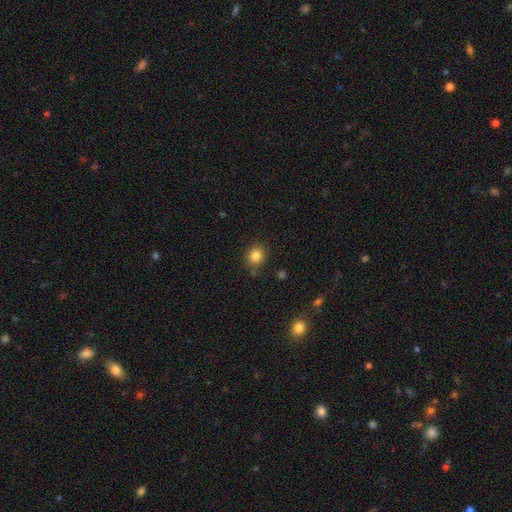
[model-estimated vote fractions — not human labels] Overall: smooth (84%). How rounded: round (78%). Merging: none (83%).